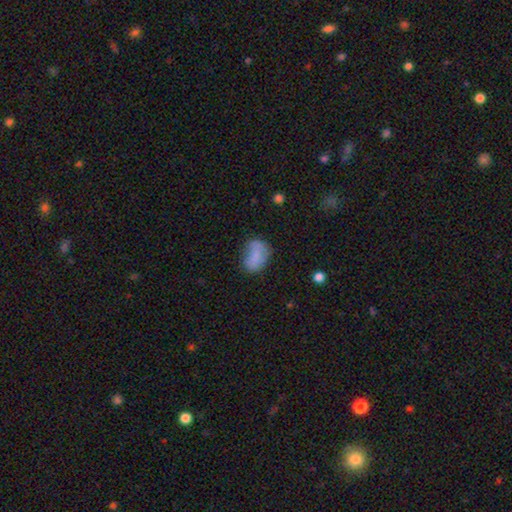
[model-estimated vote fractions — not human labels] Smooth or featured? Predicted: smooth (p=0.73). How rounded? Predicted: in between (p=0.81). Merging? Predicted: none (p=0.48).